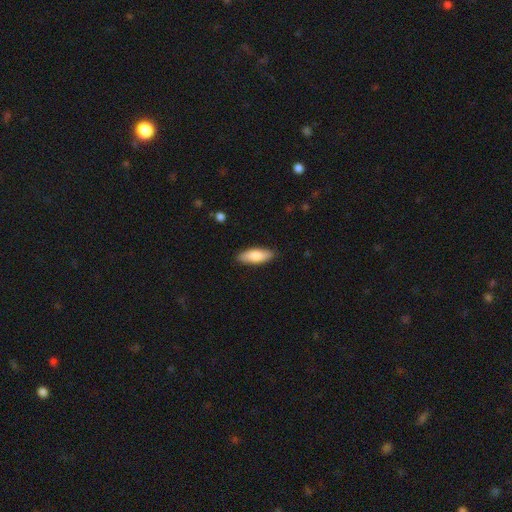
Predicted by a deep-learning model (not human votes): Smooth or featured? smooth (82%)
How rounded? in between (68%)
Merging? none (88%)